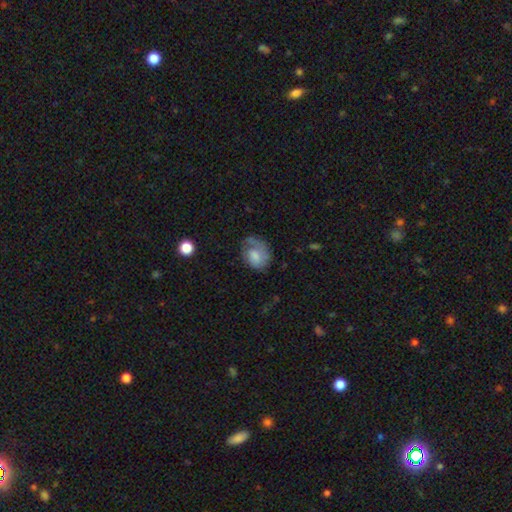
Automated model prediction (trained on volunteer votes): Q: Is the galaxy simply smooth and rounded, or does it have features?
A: smooth — 57%.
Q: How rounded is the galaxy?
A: in between — 56%.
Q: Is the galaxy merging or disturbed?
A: none — 45%.